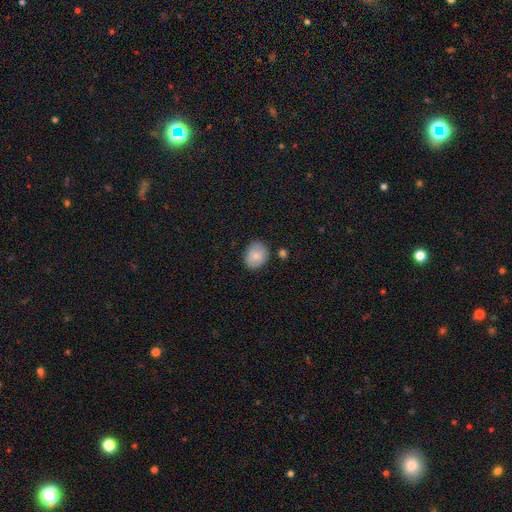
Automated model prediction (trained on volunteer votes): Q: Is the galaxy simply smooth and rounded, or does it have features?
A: smooth — 82%.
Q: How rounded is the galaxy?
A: in between — 55%.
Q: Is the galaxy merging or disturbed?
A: none — 77%.